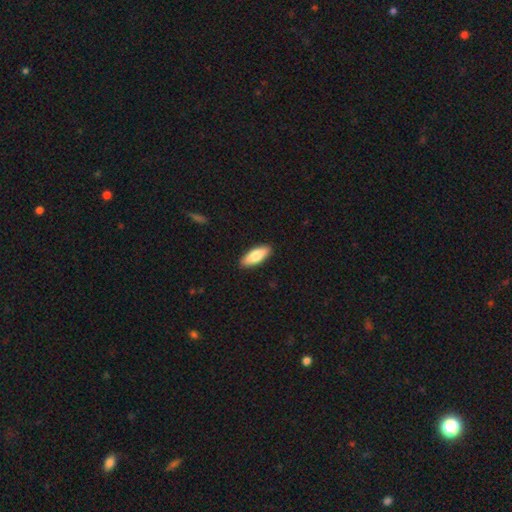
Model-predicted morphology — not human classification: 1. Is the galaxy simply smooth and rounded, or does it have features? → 78% smooth, 16% featured or disk, 5% star or artifact.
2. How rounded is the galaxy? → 66% in between, 32% cigar-shaped, 2% round.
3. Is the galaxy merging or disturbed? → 90% none, 7% minor disturbance, 2% major disturbance, 1% merger.